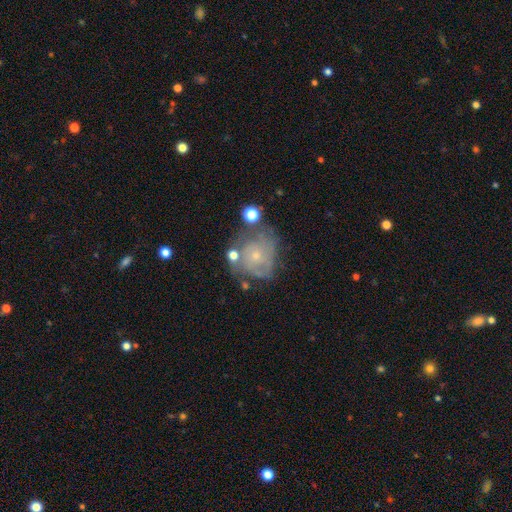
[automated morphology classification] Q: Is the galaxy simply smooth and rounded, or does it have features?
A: featured or disk — 65%.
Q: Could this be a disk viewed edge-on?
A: no — 98%.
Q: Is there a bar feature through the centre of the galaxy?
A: no — 84%.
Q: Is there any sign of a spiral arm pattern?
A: yes — 74%.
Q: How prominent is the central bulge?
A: small — 76%.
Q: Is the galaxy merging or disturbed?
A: none — 50%.